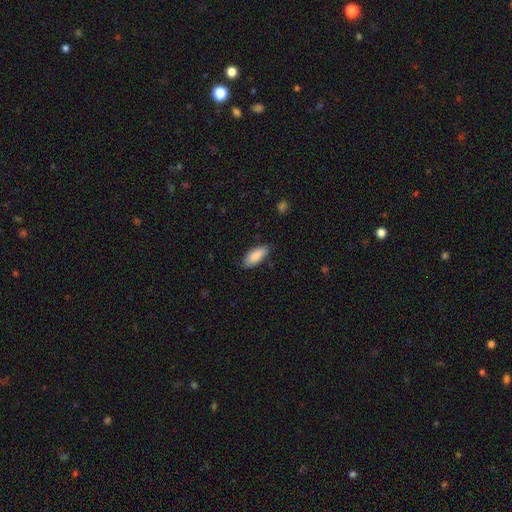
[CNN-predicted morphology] This appears to be a smooth galaxy with no disk features (88%) that is in between round and cigar-shaped (84%). Merging: none (83%).